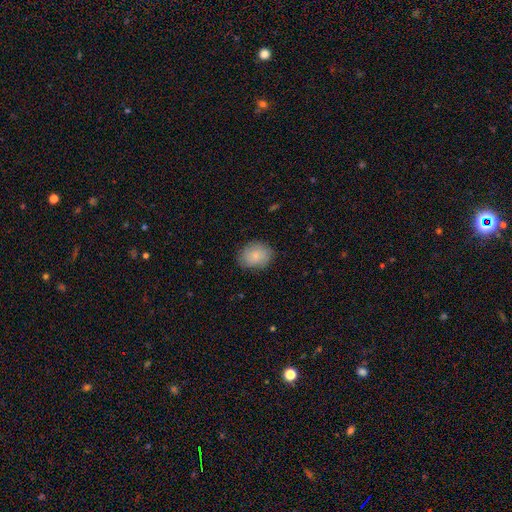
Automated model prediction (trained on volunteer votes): The model was most divided on "how rounded": round: 50%, in between: 49%, cigar-shaped: 1%. More confident: merging — none (81%); smooth or featured — smooth (77%).